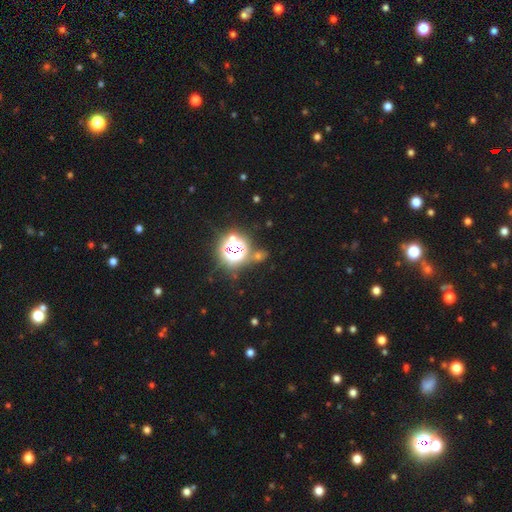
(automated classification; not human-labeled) star or artifact 74%, smooth 17%, featured or disk 8%.